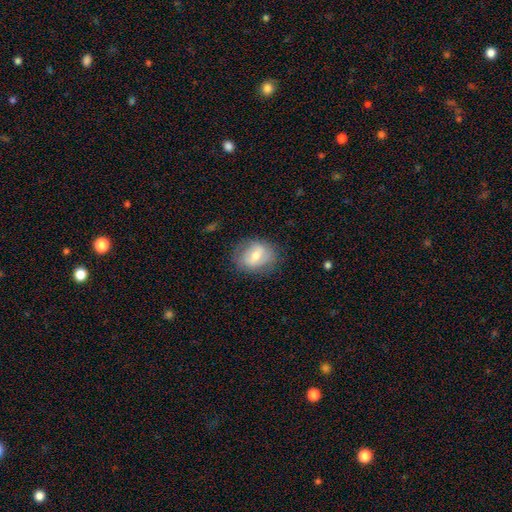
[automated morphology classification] smooth_or_featured: smooth (p=0.56) [alt: featured or disk p=0.37]
how_rounded: in between (p=0.56) [alt: round p=0.43]
merging: none (p=0.75) [alt: minor disturbance p=0.17]